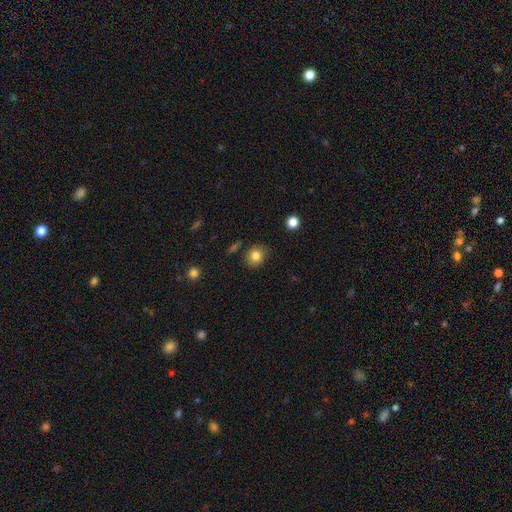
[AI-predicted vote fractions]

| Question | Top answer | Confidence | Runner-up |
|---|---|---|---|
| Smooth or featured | smooth | 83% | star or artifact (11%) |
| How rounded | round | 77% | in between (22%) |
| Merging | none | 83% | minor disturbance (12%) |